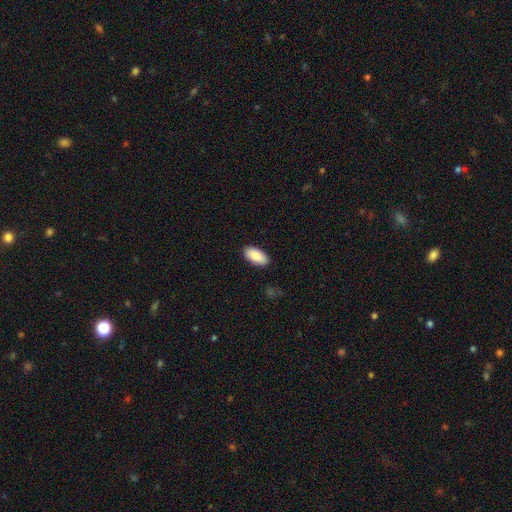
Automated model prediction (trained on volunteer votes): Smooth or featured? smooth (89%)
How rounded? in between (94%)
Merging? none (89%)